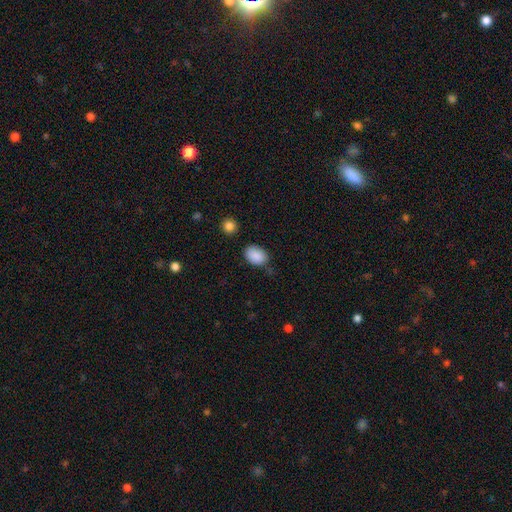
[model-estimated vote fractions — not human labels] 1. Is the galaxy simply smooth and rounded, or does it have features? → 89% smooth, 7% star or artifact, 4% featured or disk.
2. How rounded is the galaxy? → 81% in between, 18% round, 1% cigar-shaped.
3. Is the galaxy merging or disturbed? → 75% none, 18% minor disturbance, 4% major disturbance, 3% merger.